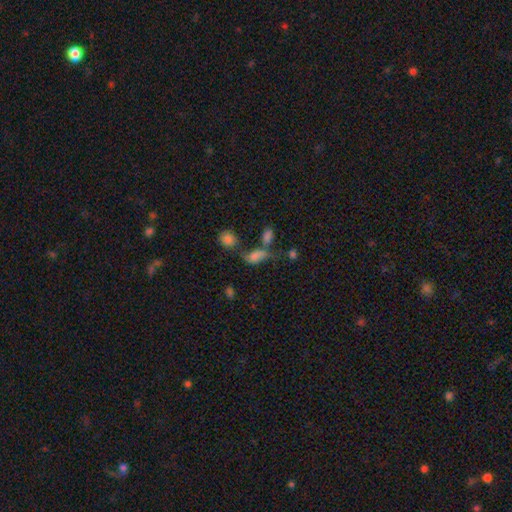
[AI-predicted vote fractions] Morphology: type=smooth (58%); roundness=in between (74%); merging=none (34%).